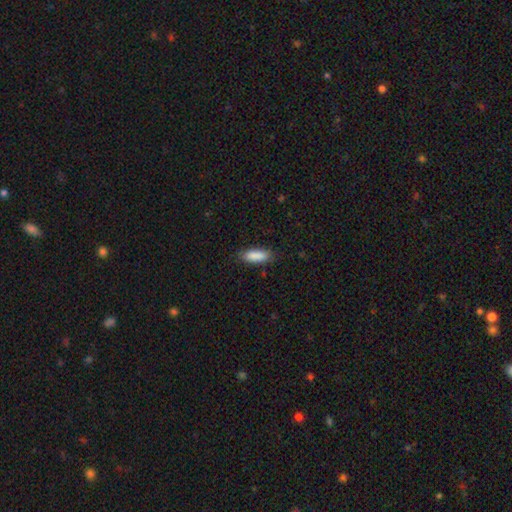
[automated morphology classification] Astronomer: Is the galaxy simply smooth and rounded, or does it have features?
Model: smooth — 88%.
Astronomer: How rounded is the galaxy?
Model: in between — 61% (runner-up: cigar-shaped, 37%).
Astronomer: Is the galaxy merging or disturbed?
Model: none — 84%.